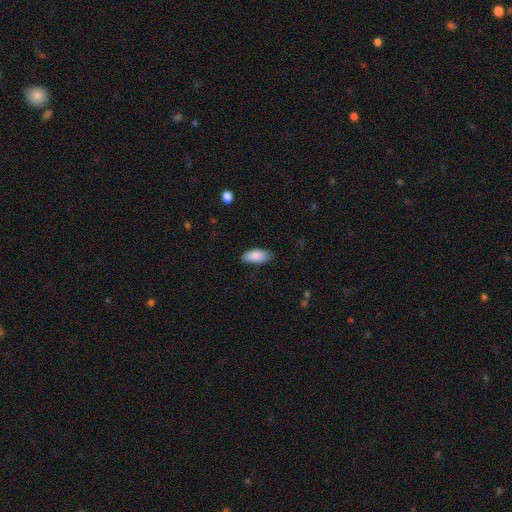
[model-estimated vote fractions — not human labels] This appears to be a smooth galaxy with no disk features (86%) that is in between round and cigar-shaped (88%). Merging: none (83%).